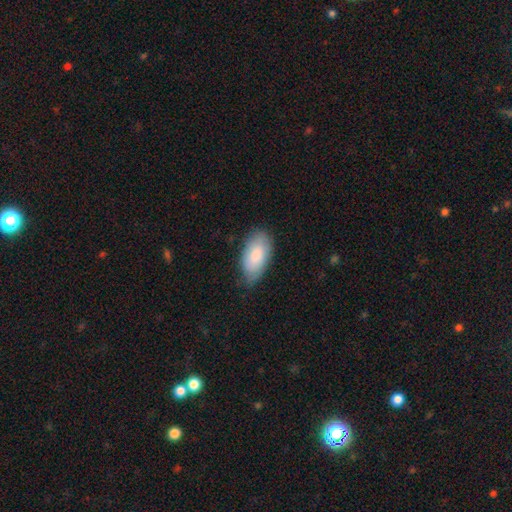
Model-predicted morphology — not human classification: Q: Smooth or featured?
A: smooth (81%); runner-up: featured or disk (13%)
Q: How rounded?
A: in between (95%); runner-up: cigar-shaped (3%)
Q: Merging?
A: none (69%); runner-up: minor disturbance (25%)